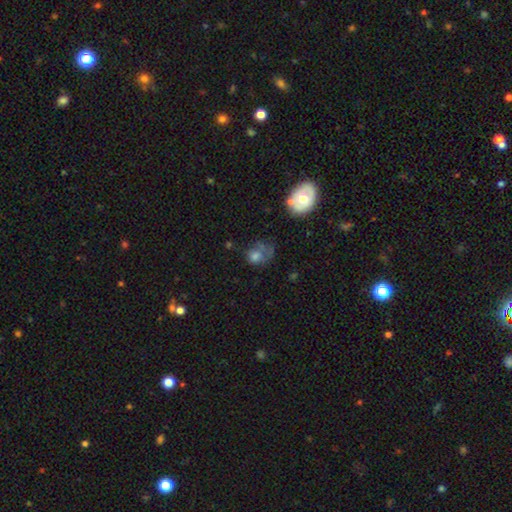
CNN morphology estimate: smooth 62%, featured or disk 24%, star or artifact 13%. Down the decision tree: how rounded — round (52%); merging — major disturbance (34%).